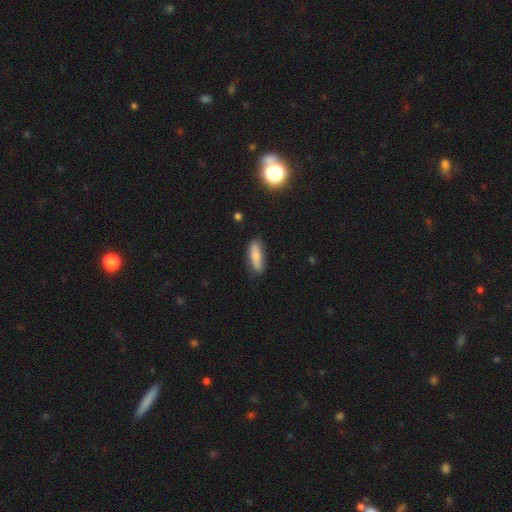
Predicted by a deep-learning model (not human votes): A smooth galaxy with no disk features (77%) that is cigar-shaped (53%). Merging: none (79%).